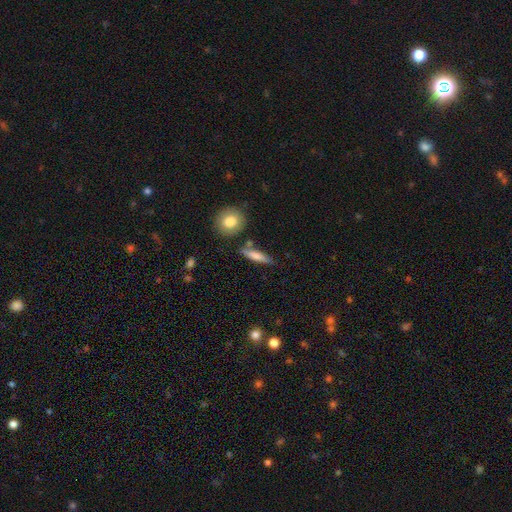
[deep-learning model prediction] A smooth galaxy with no disk features (72%) that is cigar-shaped (75%).

Vote fractions:
- Smooth or featured? smooth: 72% / featured or disk: 21% / star or artifact: 7%
- How rounded? cigar-shaped: 75% / in between: 21% / round: 5%
- Merging? none: 76% / minor disturbance: 13% / merger: 7% / major disturbance: 3%